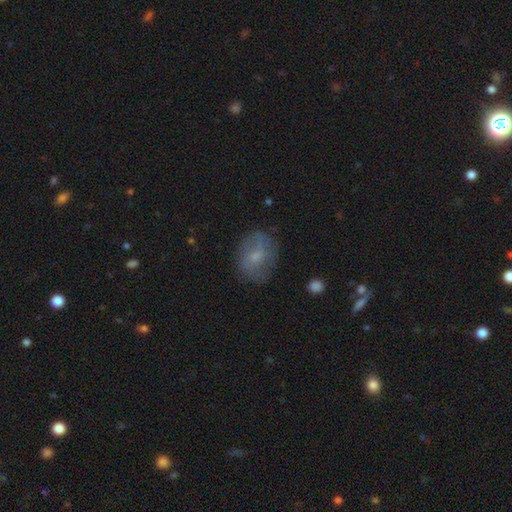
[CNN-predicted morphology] The model was most divided on "how rounded": in between: 60%, round: 39%, cigar-shaped: 1%. More confident: merging — none (69%); smooth or featured — smooth (57%).